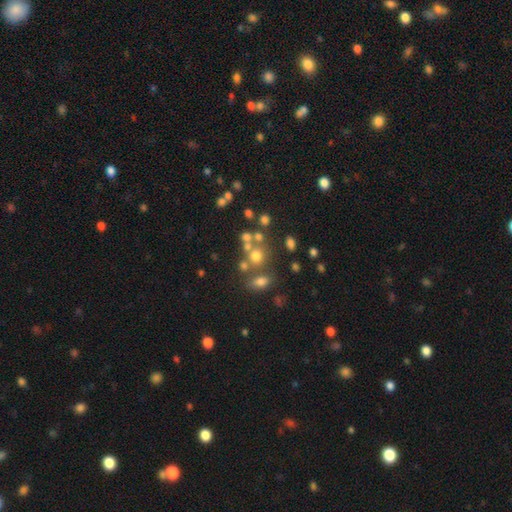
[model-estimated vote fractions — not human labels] Morphology: type=smooth (55%); roundness=round (75%); merging=none (53%).